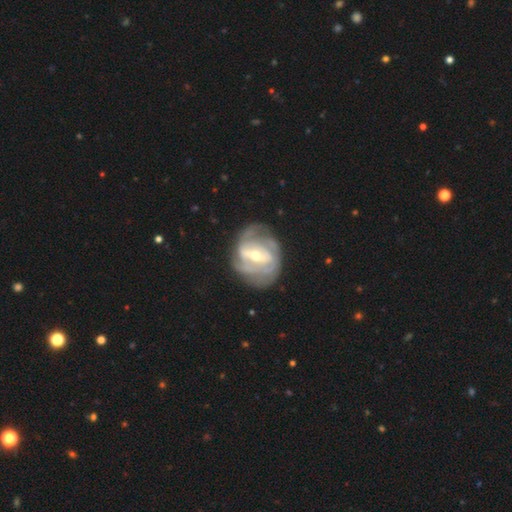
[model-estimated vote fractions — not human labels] Smooth or featured? featured or disk (82%)
Edge-on disk? no (97%)
Bar? strong (45%)
Spiral arms? yes (84%)
Spiral winding? tight (50%)
Spiral arm count? 2 (36%)
Bulge size? moderate (54%)
Merging? none (63%)